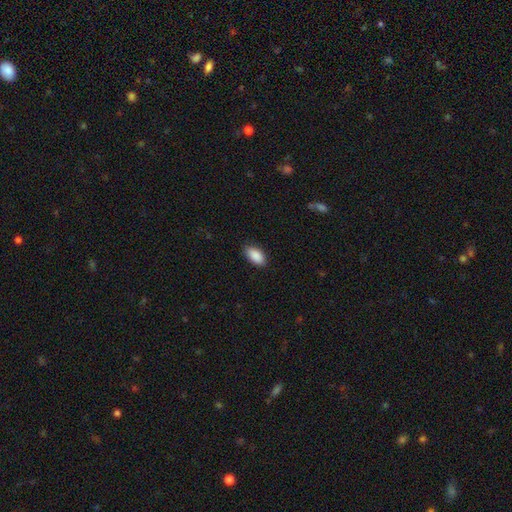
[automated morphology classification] This is clearly a smooth galaxy (90%). How rounded: clearly in between (94%). Merging: clearly none (87%).